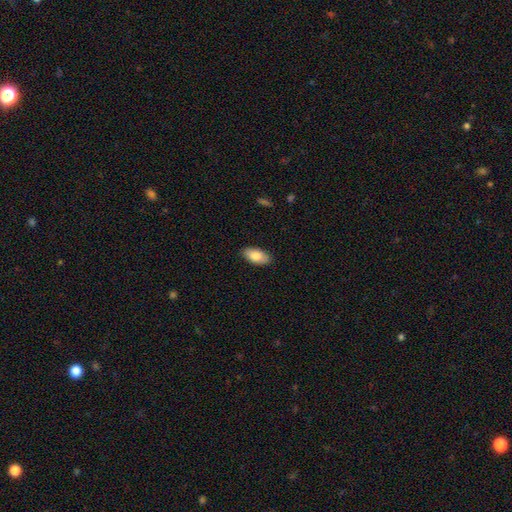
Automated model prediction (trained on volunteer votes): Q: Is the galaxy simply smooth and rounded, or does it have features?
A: smooth — 84%.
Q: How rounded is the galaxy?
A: in between — 92%.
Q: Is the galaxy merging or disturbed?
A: none — 87%.